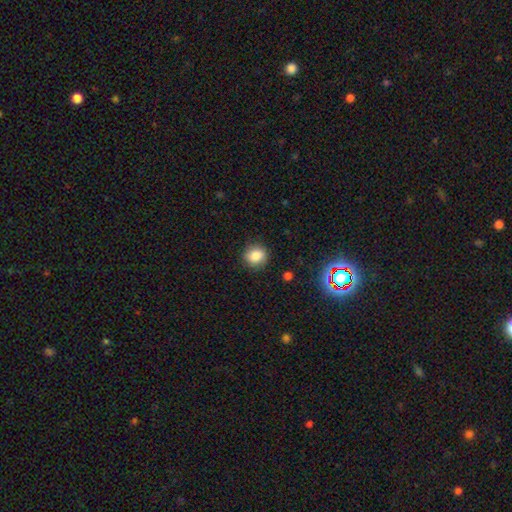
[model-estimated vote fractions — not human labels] Overall: smooth (84%). How rounded: round (79%). Merging: none (85%).